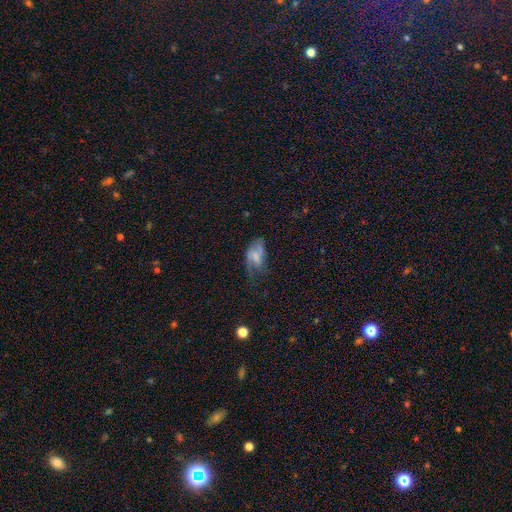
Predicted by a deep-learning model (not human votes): Overall: featured or disk (45%; smooth 44%). Merging: none (35%; major disturbance 33%).